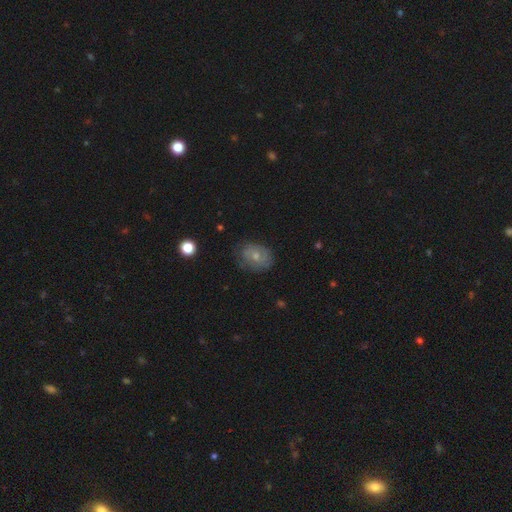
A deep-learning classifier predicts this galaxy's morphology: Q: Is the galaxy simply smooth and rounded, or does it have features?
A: smooth — 56%.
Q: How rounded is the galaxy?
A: in between — 56%.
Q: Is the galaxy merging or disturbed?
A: none — 66%.